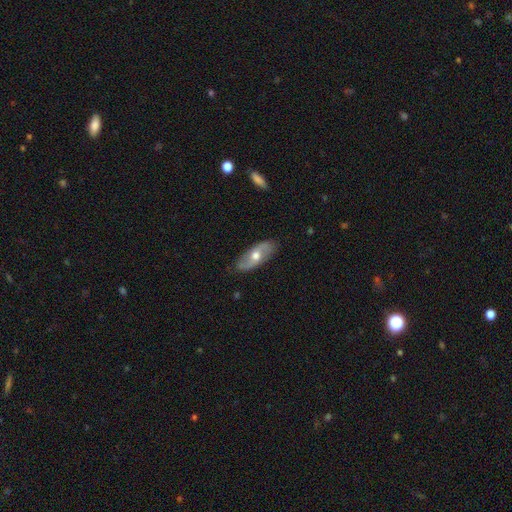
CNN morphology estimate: Overall: featured or disk (60%; smooth 35%). Edge-on disk: no (82%). Merging: none (85%).